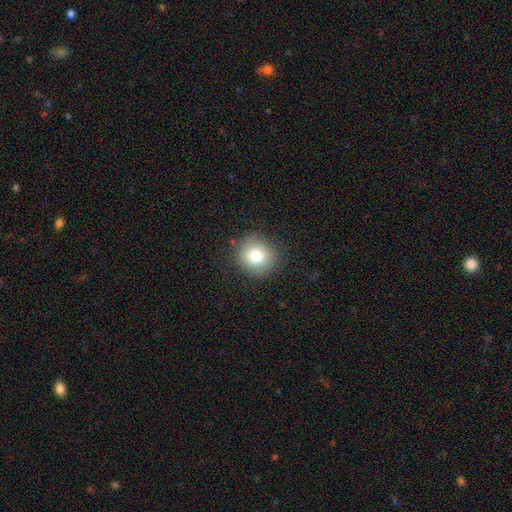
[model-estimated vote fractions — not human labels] Overall: smooth (80%). How rounded: round (91%). Merging: none (85%).